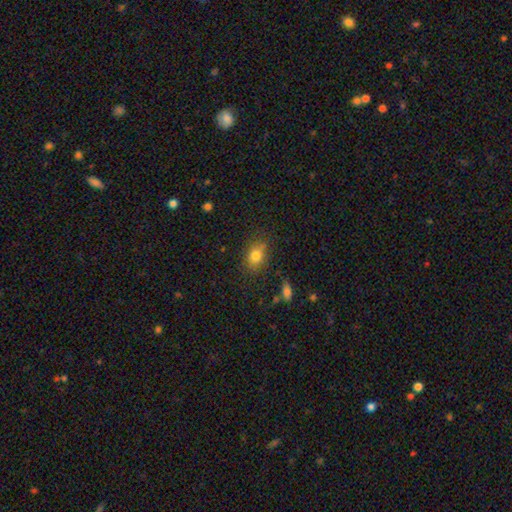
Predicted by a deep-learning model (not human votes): Smooth or featured?
  - smooth: 79% *
  - star or artifact: 11%
  - featured or disk: 10%
How rounded?
  - in between: 68% *
  - round: 30%
  - cigar-shaped: 2%
Merging?
  - none: 77% *
  - minor disturbance: 16%
  - major disturbance: 5%
  - merger: 2%